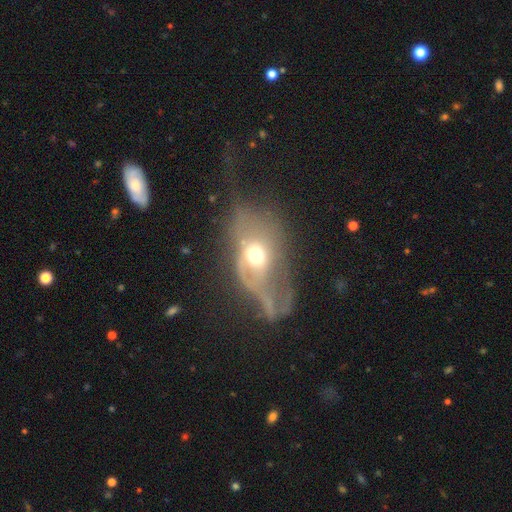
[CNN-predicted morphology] Smooth or featured? Predicted: featured or disk (p=0.55). Edge-on disk? Predicted: no (p=0.91). Bar? Predicted: no (p=0.75). Spiral arms? Predicted: no (p=0.58). Bulge size? Predicted: moderate (p=0.67). Merging? Predicted: major disturbance (p=0.55).